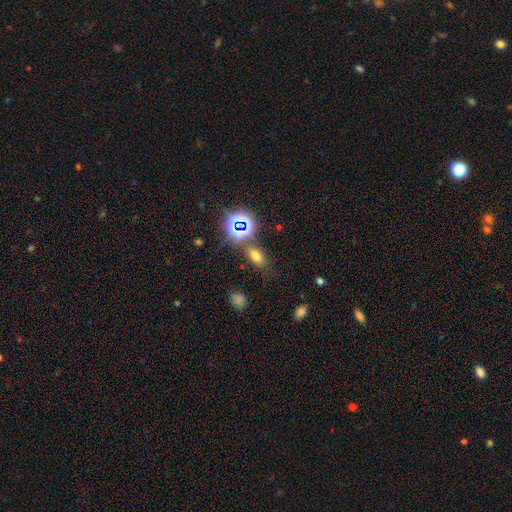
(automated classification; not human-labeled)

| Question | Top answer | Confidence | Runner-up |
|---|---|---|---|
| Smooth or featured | smooth | 63% | star or artifact (28%) |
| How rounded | in between | 84% | round (13%) |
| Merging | none | 75% | minor disturbance (11%) |